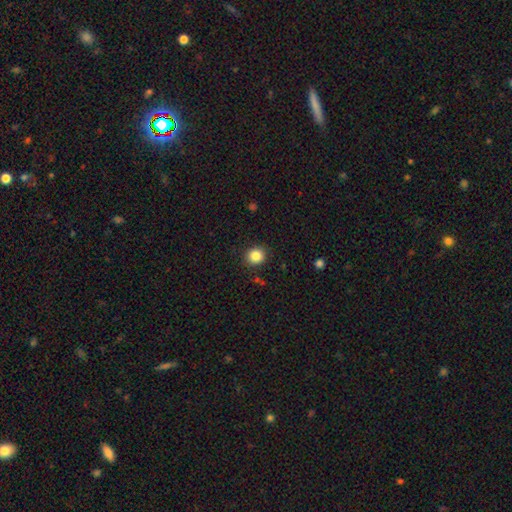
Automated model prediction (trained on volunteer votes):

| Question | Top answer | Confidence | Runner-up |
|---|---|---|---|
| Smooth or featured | smooth | 84% | star or artifact (11%) |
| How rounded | round | 85% | in between (14%) |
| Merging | none | 90% | minor disturbance (7%) |